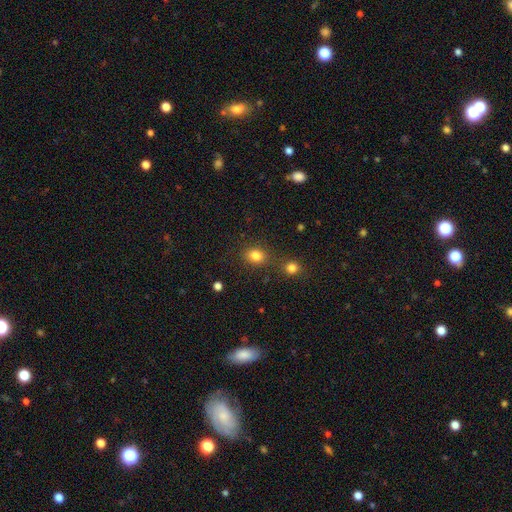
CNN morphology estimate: smooth 81%, star or artifact 13%, featured or disk 6%. Down the decision tree: how rounded — round (59%); merging — none (73%).